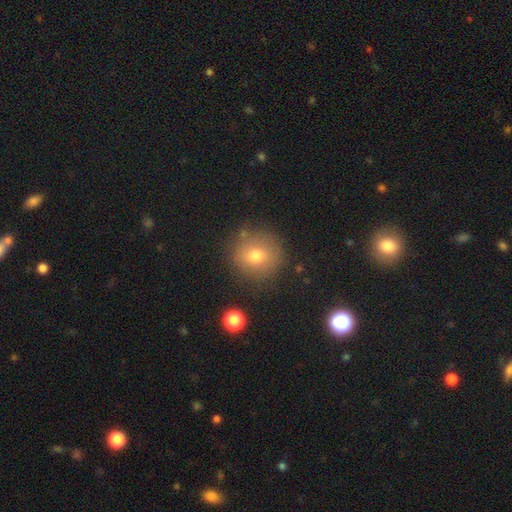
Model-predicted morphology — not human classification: smooth 75%, star or artifact 13%, featured or disk 12%. Down the decision tree: how rounded — round (88%); merging — none (82%).